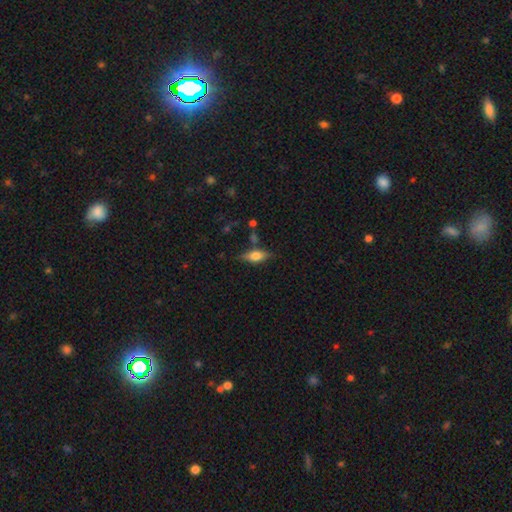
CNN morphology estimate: smooth_or_featured: smooth (p=0.57) [alt: featured or disk p=0.35]
how_rounded: in between (p=0.69) [alt: cigar-shaped p=0.26]
merging: none (p=0.73) [alt: minor disturbance p=0.17]